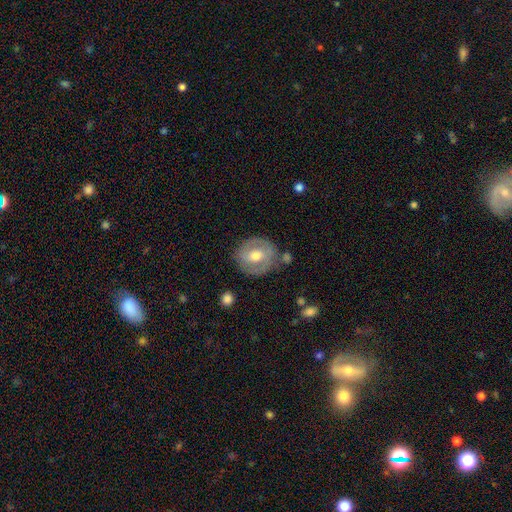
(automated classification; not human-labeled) A featured or disk galaxy (56%) with a weak bar (42%), spiral arms (50%, tied with no) and a moderate central bulge (74%). Merging: none (75%).